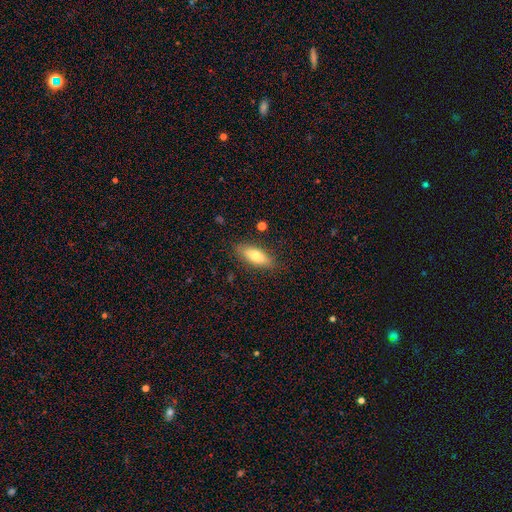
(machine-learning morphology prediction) This is likely a smooth galaxy (74%). How rounded: likely in between (69%). Merging: clearly none (84%).